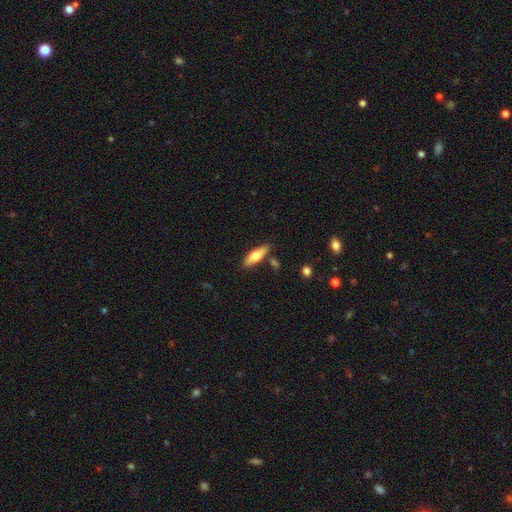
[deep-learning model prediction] The model was most divided on "how rounded": in between: 49%, cigar-shaped: 48%, round: 3%. More confident: merging — none (80%); smooth or featured — smooth (60%).